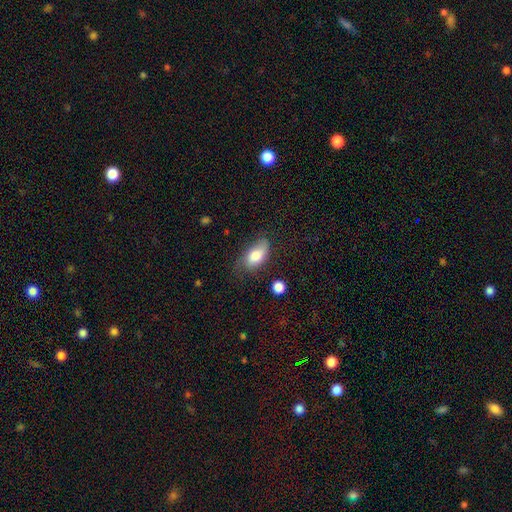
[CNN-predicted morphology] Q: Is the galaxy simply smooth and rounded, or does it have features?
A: smooth — 75%.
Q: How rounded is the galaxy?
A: in between — 90%.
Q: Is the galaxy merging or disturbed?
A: none — 57%.